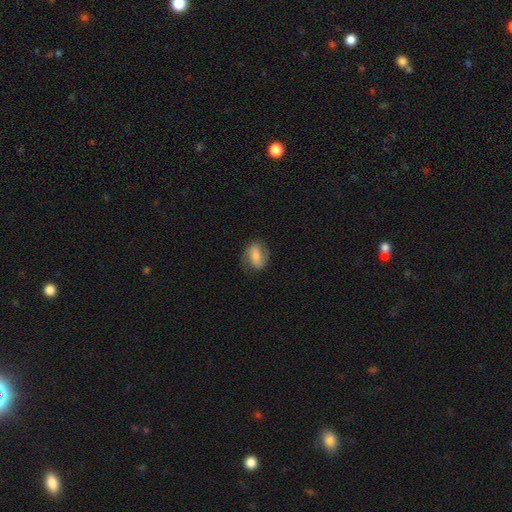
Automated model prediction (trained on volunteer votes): The model was most divided on "smooth or featured": smooth: 52%, featured or disk: 41%, star or artifact: 8%. More confident: how rounded — in between (75%); merging — none (72%).